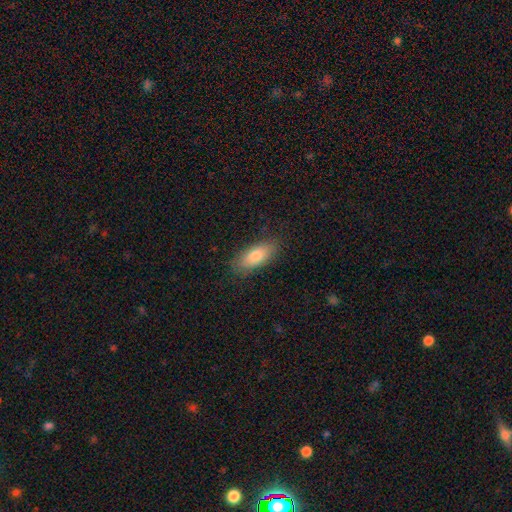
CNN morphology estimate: Smooth or featured?
  - smooth: 81% *
  - featured or disk: 13%
  - star or artifact: 6%
How rounded?
  - in between: 80% *
  - cigar-shaped: 17%
  - round: 3%
Merging?
  - none: 85% *
  - minor disturbance: 11%
  - major disturbance: 3%
  - merger: 1%